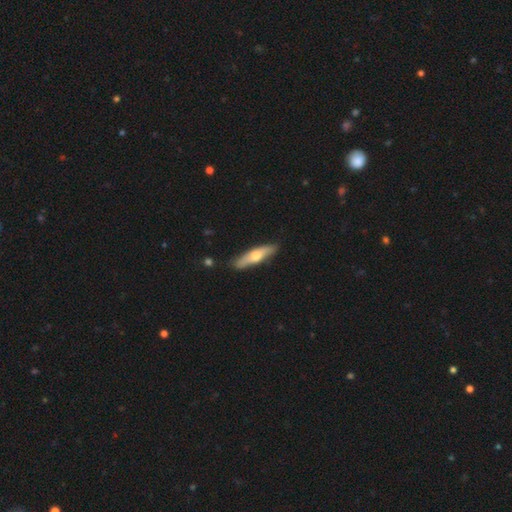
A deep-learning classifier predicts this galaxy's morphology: Smooth or featured? Predicted: smooth (p=0.52). How rounded? Predicted: cigar-shaped (p=0.73). Merging? Predicted: none (p=0.85).